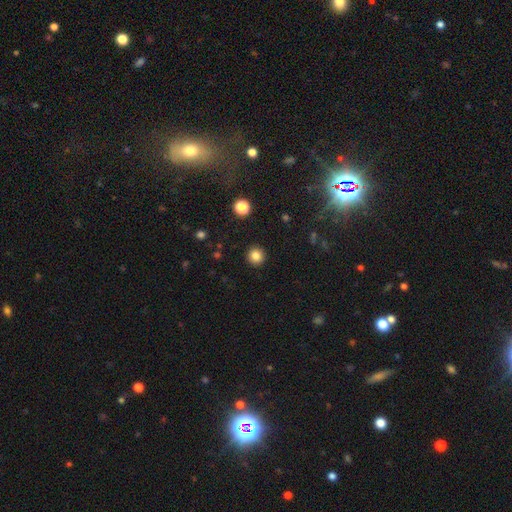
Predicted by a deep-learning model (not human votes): Smooth or featured: smooth — 84% (star or artifact — 11%)
How rounded: round — 95% (in between — 4%)
Merging: none — 93% (minor disturbance — 5%)